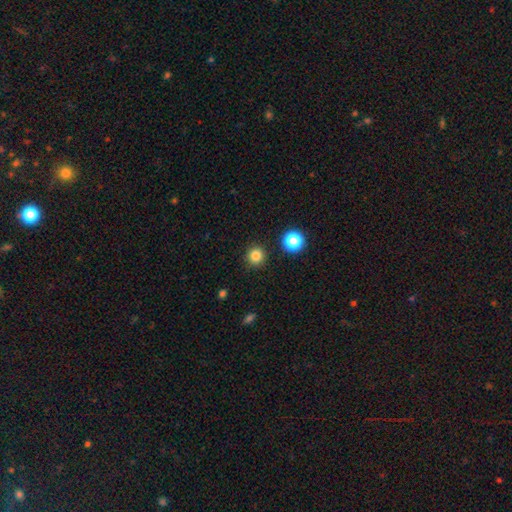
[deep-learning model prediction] A smooth galaxy with no disk features (83%) that is round (95%). Merging: none (91%).